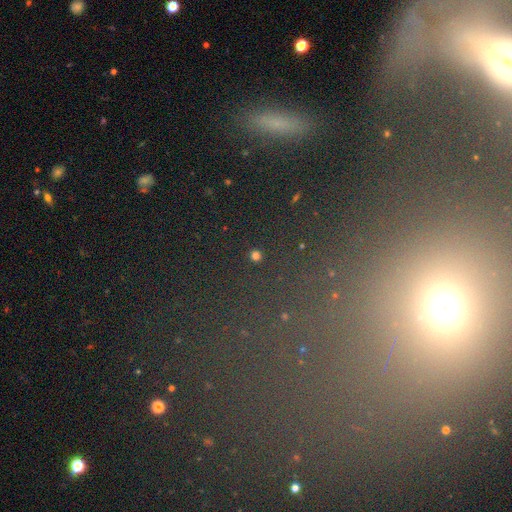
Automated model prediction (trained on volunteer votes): Morphology: type=smooth (75%); roundness=round (94%); merging=none (91%).